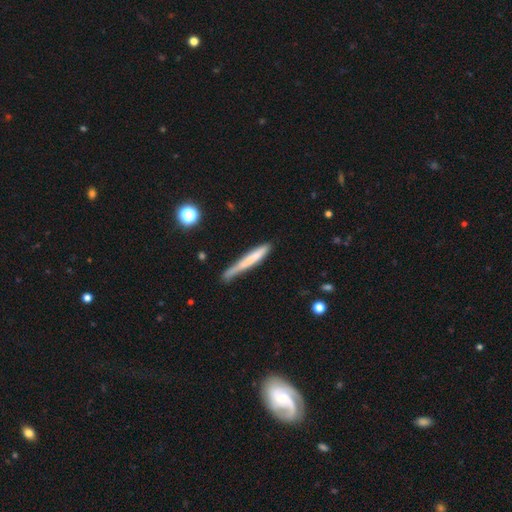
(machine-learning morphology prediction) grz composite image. It shows a smooth galaxy with no disk features (62%) that is cigar-shaped (96%). Merging: none (62%).